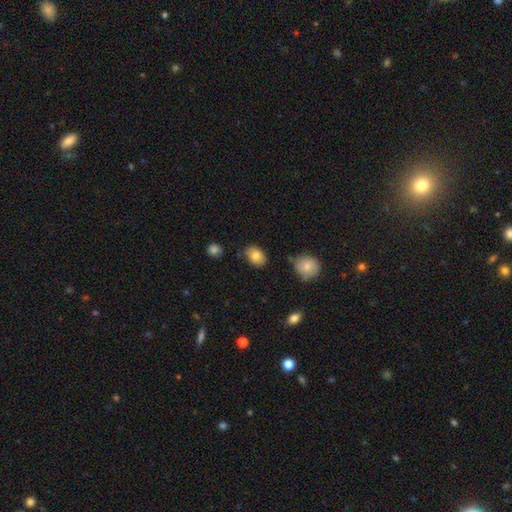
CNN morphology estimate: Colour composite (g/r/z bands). It shows a smooth galaxy with no disk features (82%) that is in between round and cigar-shaped (77%). Merging: none (74%).